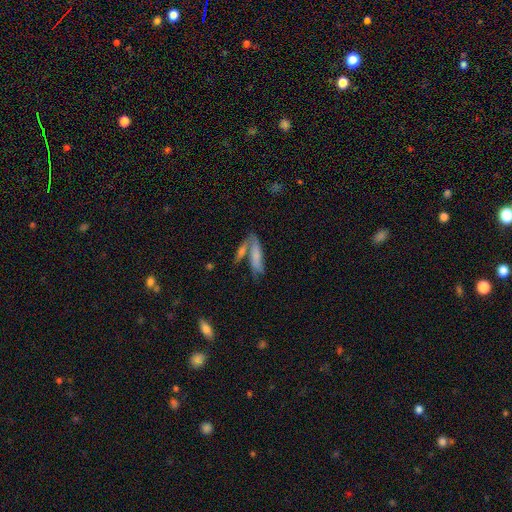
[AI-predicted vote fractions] Smooth or featured: smooth — 65% (featured or disk — 27%)
How rounded: cigar-shaped — 57% (in between — 41%)
Merging: none — 41% (merger — 37%)